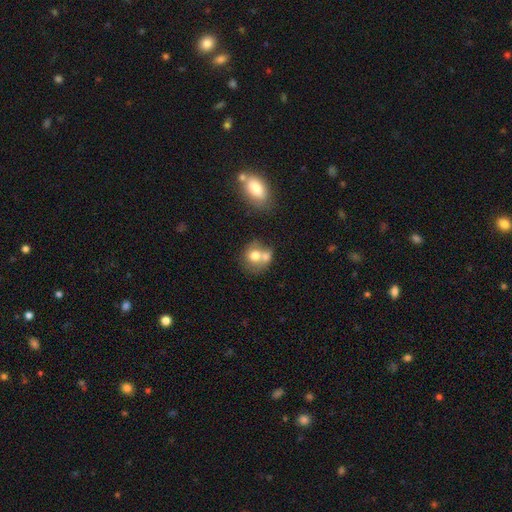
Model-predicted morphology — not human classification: Overall: smooth (70%). How rounded: round (70%). Merging: merger (56%; none 29%).